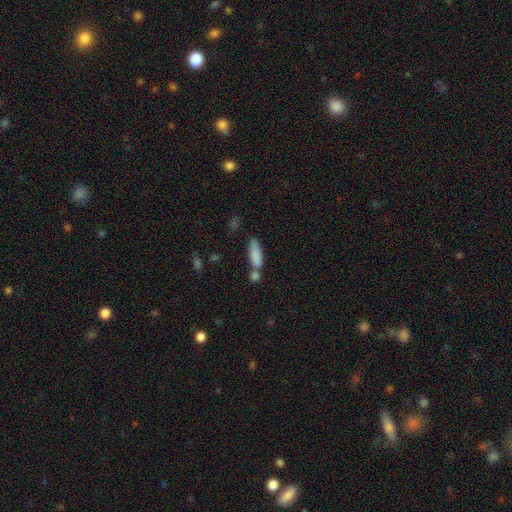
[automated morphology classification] This is clearly a smooth galaxy (83%). How rounded: possibly in between (59%). Merging: possibly none (48%).